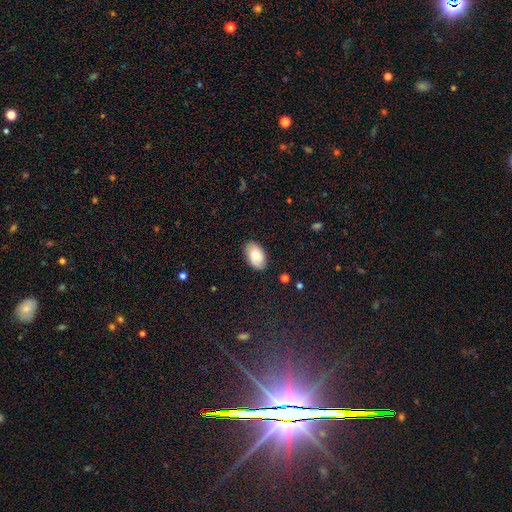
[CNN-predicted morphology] Smooth or featured: smooth — 75% (featured or disk — 18%)
How rounded: in between — 93% (round — 6%)
Merging: none — 83% (minor disturbance — 13%)